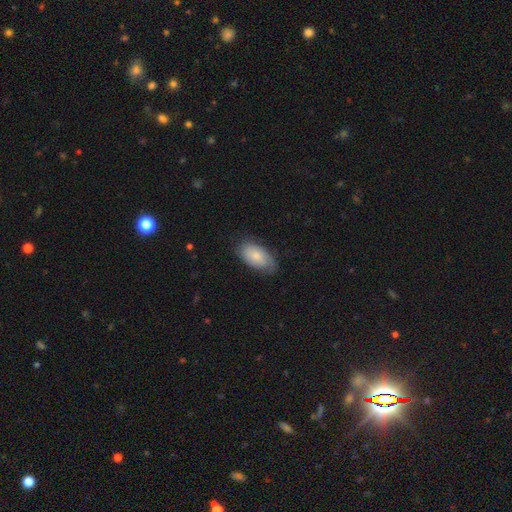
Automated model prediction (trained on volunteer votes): Overall: smooth (74%). How rounded: in between (94%). Merging: none (71%).